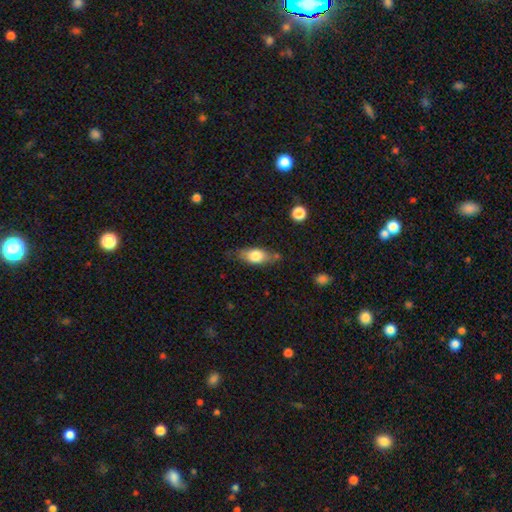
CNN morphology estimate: Overall: smooth (74%). How rounded: in between (82%). Merging: none (67%).